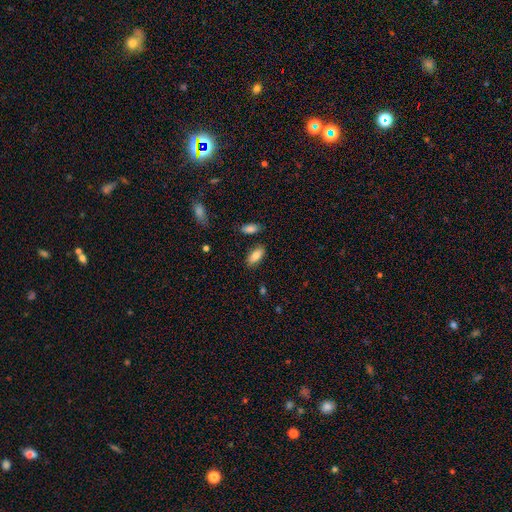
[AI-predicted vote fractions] Smooth or featured? smooth (83%)
How rounded? in between (90%)
Merging? none (83%)